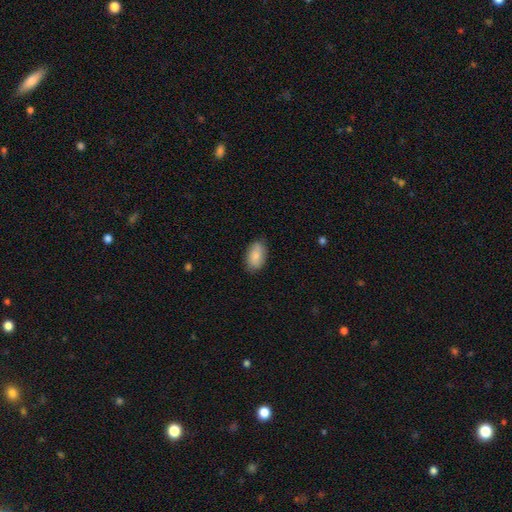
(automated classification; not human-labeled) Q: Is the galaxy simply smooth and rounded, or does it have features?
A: smooth — 84%.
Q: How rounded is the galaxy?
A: in between — 93%.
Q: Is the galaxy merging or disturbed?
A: none — 82%.